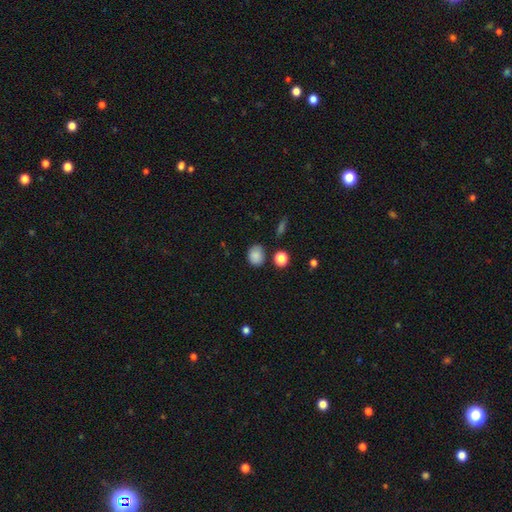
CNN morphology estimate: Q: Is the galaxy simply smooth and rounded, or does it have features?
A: smooth — 85%.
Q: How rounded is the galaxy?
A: round — 51%.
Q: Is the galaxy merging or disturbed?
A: none — 79%.